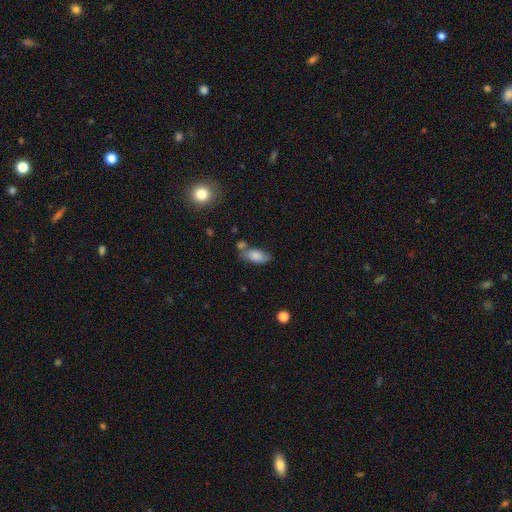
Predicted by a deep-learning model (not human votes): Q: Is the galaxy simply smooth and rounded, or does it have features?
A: smooth — 81%.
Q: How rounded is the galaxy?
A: in between — 87%.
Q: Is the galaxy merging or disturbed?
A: none — 50%.